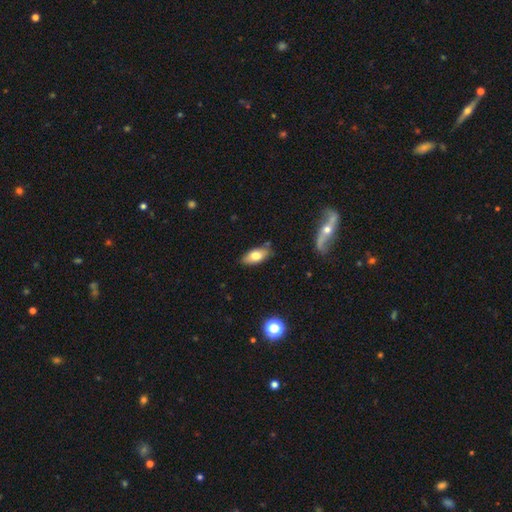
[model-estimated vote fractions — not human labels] smooth 74%, featured or disk 19%, star or artifact 7%. Down the decision tree: how rounded — in between (86%); merging — none (80%).